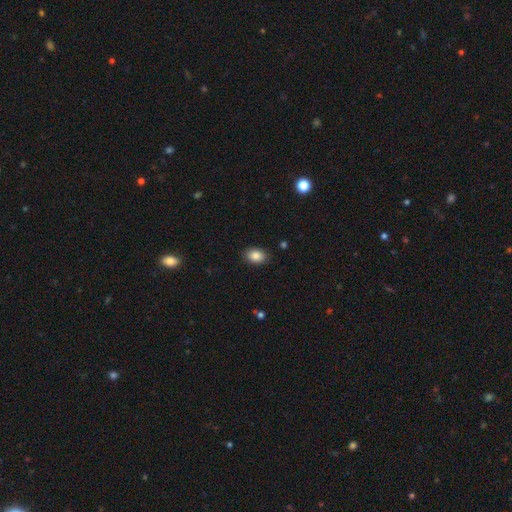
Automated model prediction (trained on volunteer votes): smooth_or_featured: smooth (p=0.86) [alt: star or artifact p=0.08]
how_rounded: in between (p=0.83) [alt: round p=0.16]
merging: none (p=0.88) [alt: minor disturbance p=0.09]